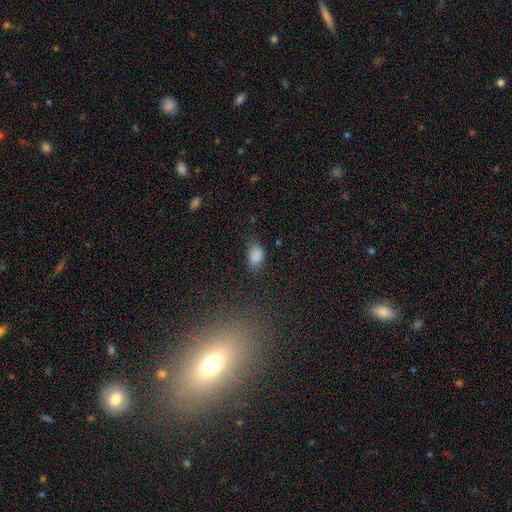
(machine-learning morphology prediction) Smooth or featured: smooth — 84% (star or artifact — 10%)
How rounded: in between — 80% (round — 18%)
Merging: none — 56% (minor disturbance — 31%)